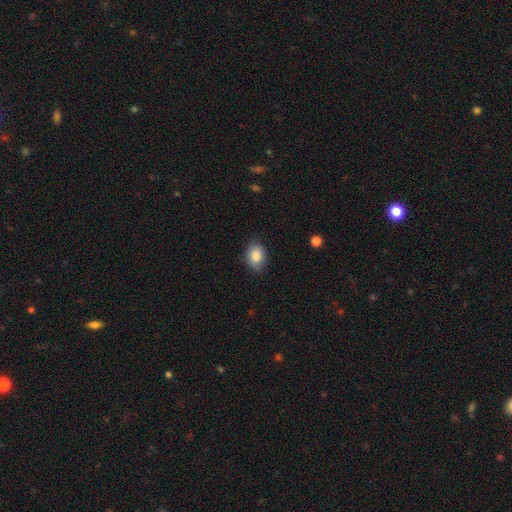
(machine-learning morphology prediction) type=smooth (85%); roundness=in between (78%); merging=none (81%).